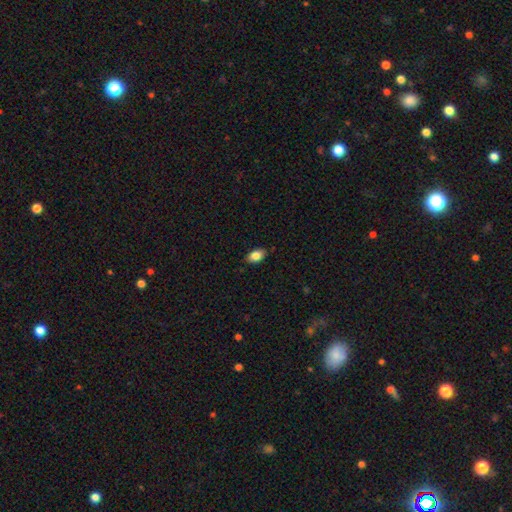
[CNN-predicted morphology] This is clearly a smooth galaxy (84%). How rounded: clearly in between (90%). Merging: clearly none (86%).